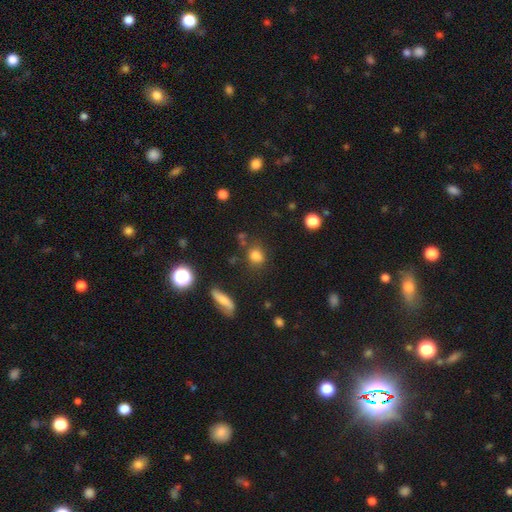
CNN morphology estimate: Smooth or featured? Predicted: smooth (p=0.78). How rounded? Predicted: round (p=0.62). Merging? Predicted: none (p=0.69).